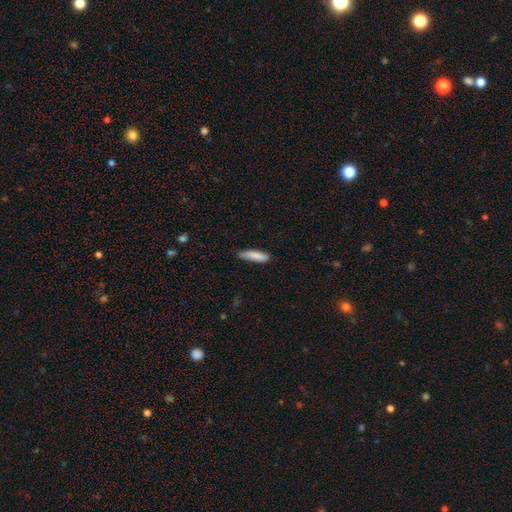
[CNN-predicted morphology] Overall: smooth (86%). How rounded: cigar-shaped (74%). Merging: none (78%).